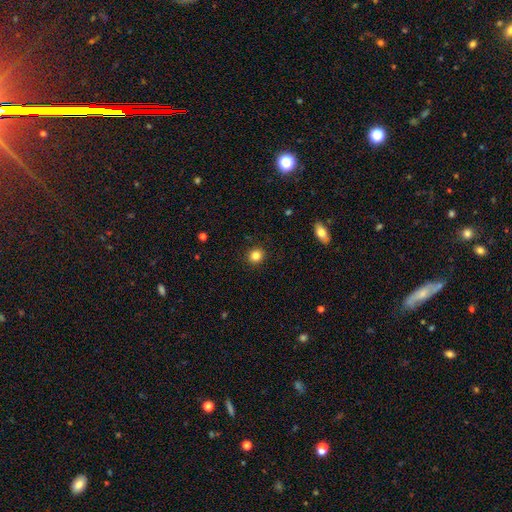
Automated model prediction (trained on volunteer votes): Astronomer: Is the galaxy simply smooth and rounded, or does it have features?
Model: smooth — 83%.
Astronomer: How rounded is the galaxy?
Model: round — 89%.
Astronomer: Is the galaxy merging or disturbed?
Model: none — 92%.